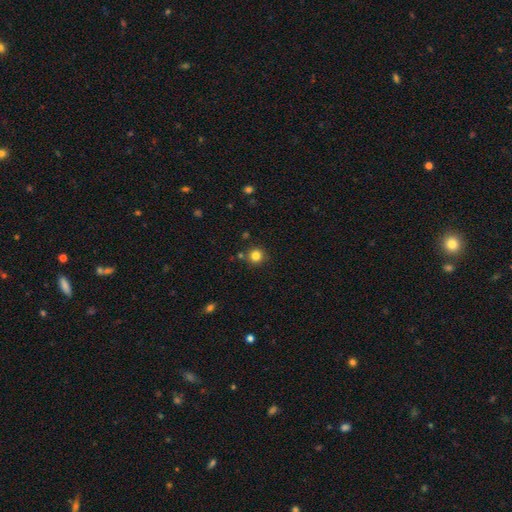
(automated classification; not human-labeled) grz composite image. It shows a smooth galaxy with no disk features (82%) that is round (93%). Merging: none (85%).